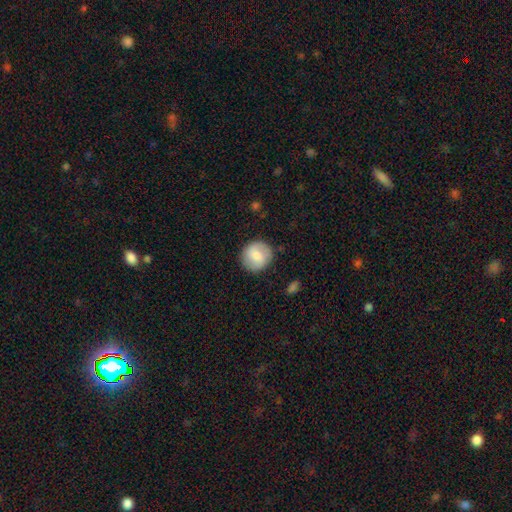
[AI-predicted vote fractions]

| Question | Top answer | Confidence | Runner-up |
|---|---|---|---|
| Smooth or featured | smooth | 69% | featured or disk (24%) |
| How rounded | round | 89% | in between (10%) |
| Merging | none | 86% | minor disturbance (10%) |